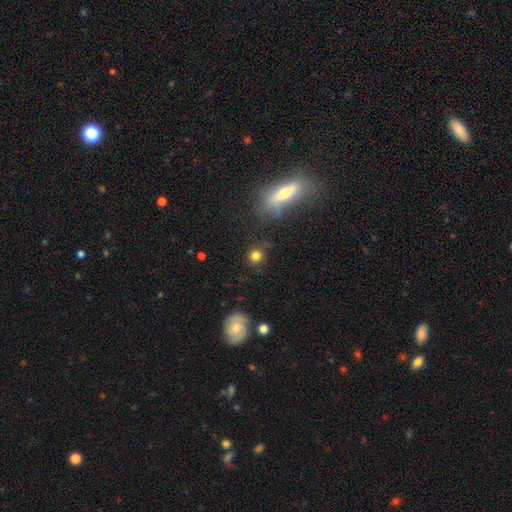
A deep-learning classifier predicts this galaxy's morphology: Smooth or featured? smooth (79%)
How rounded? round (89%)
Merging? none (80%)